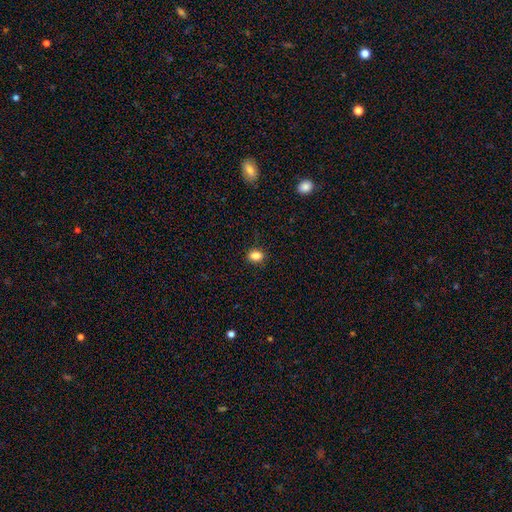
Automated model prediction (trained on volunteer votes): Overall: smooth (85%). How rounded: in between (65%; round 34%). Merging: none (87%).